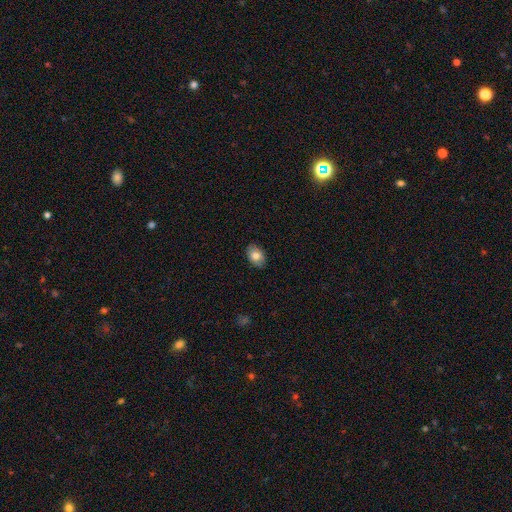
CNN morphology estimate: Smooth or featured? smooth (82%)
How rounded? in between (79%)
Merging? none (88%)